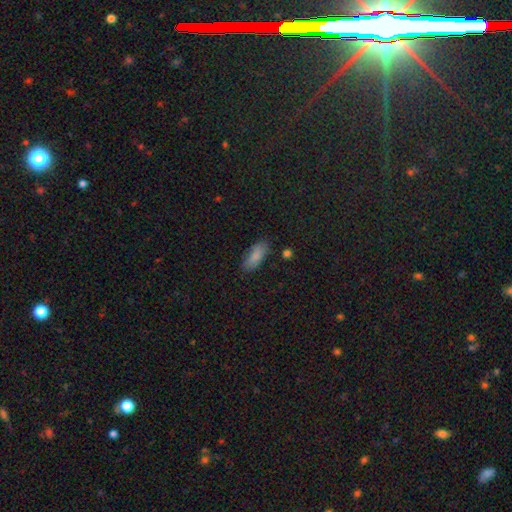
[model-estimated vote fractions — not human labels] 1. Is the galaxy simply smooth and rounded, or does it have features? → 85% smooth, 8% featured or disk, 7% star or artifact.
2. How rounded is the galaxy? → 79% in between, 19% cigar-shaped, 2% round.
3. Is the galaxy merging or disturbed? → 82% none, 13% minor disturbance, 3% major disturbance, 2% merger.